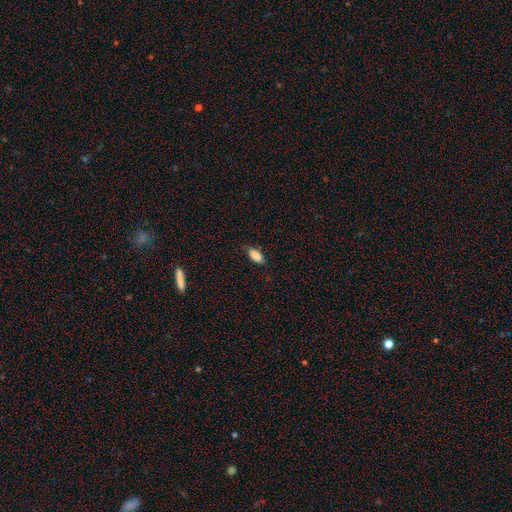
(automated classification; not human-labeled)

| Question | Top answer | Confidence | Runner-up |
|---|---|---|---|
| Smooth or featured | smooth | 87% | star or artifact (7%) |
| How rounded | in between | 90% | cigar-shaped (7%) |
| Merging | none | 75% | minor disturbance (20%) |